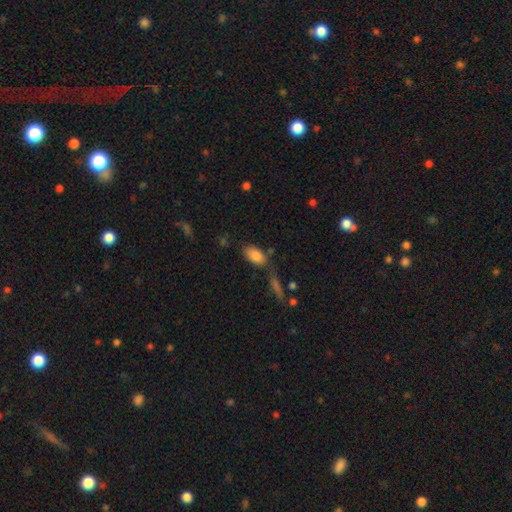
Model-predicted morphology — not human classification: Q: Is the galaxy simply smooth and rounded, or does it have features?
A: smooth — 85%.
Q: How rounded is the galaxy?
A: in between — 92%.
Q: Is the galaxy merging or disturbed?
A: none — 67%.